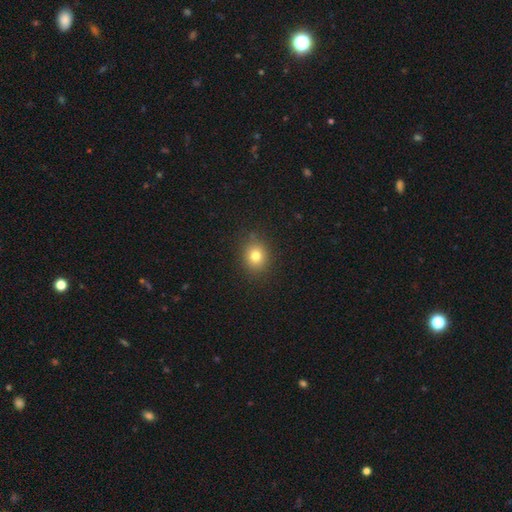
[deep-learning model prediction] smooth-or-featured: smooth: 79% | star or artifact: 13% | featured or disk: 8%
  how-rounded: round: 71% | in between: 28% | cigar-shaped: 1%
  merging: none: 86% | minor disturbance: 10% | major disturbance: 3% | merger: 1%